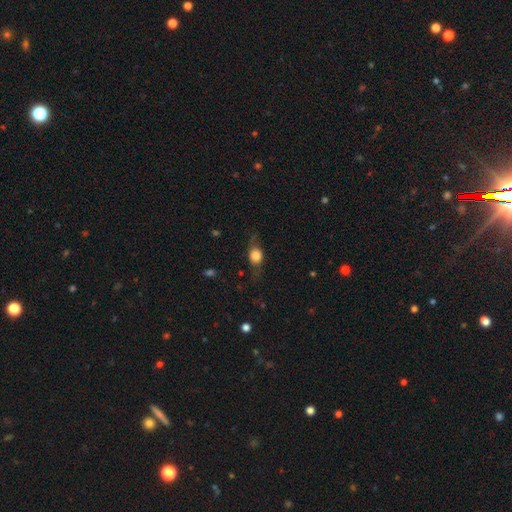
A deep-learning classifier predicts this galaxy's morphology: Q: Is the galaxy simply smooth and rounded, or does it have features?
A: smooth — 62%.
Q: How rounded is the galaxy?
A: round — 49%.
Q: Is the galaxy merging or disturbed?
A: none — 67%.